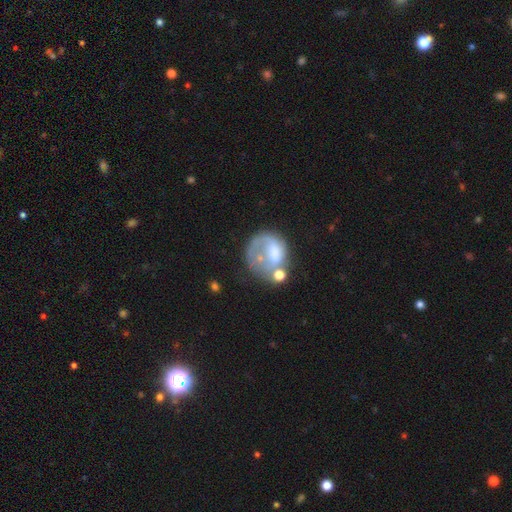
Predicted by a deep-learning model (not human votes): featured or disk 47%, smooth 41%, star or artifact 12%. Down the decision tree: merging — none (37%).